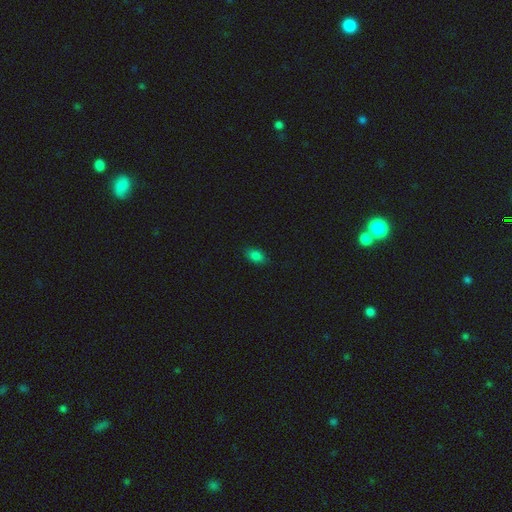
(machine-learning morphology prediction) A smooth galaxy with no disk features (82%) that is in between round and cigar-shaped (88%).

Vote fractions:
- Smooth or featured? smooth: 82% / star or artifact: 13% / featured or disk: 5%
- How rounded? in between: 88% / round: 10% / cigar-shaped: 2%
- Merging? none: 84% / minor disturbance: 13% / major disturbance: 2% / merger: 1%